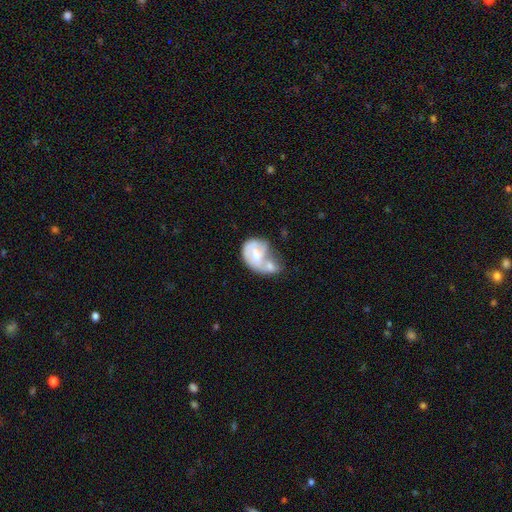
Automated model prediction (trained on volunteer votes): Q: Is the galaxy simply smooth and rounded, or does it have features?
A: featured or disk — 57%.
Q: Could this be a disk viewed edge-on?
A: no — 97%.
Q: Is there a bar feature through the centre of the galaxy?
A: no — 45%.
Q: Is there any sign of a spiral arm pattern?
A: yes — 56%.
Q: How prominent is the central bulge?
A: moderate — 50%.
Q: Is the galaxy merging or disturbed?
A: merger — 62%.